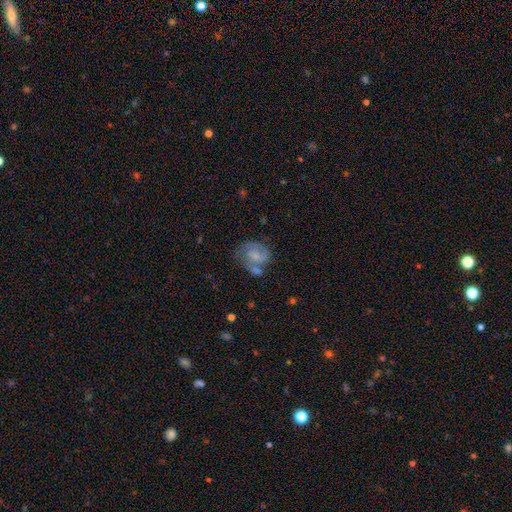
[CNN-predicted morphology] smooth-or-featured: featured or disk: 48% | smooth: 44% | star or artifact: 8%
  merging: none: 37% | merger: 25% | minor disturbance: 22% | major disturbance: 16%